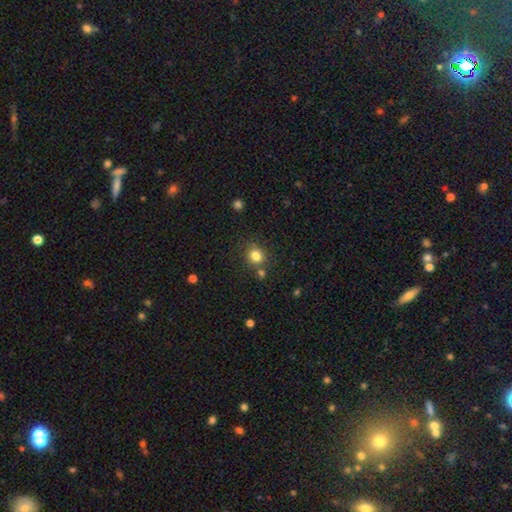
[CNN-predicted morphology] Smooth or featured: smooth — 81% (star or artifact — 13%)
How rounded: round — 80% (in between — 19%)
Merging: none — 73% (merger — 12%)